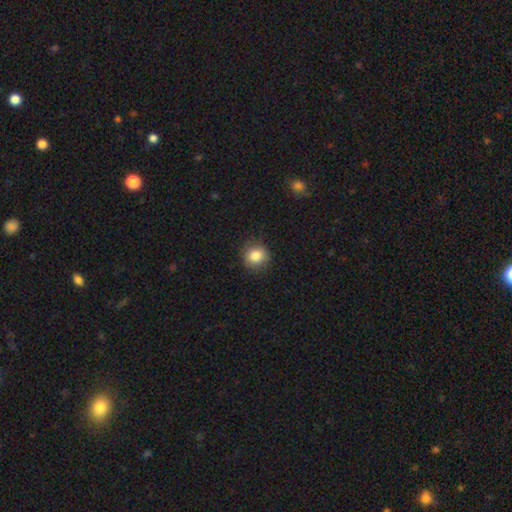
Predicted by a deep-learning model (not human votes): Smooth or featured: smooth — 84% (star or artifact — 10%)
How rounded: round — 86% (in between — 13%)
Merging: none — 85% (minor disturbance — 11%)